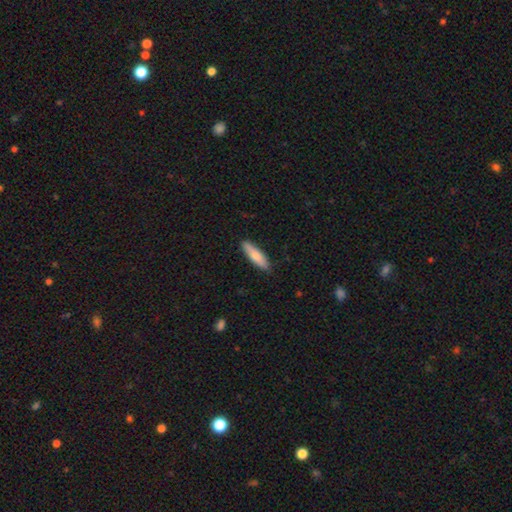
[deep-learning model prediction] Smooth or featured? Predicted: smooth (p=0.75). How rounded? Predicted: cigar-shaped (p=0.66). Merging? Predicted: none (p=0.87).